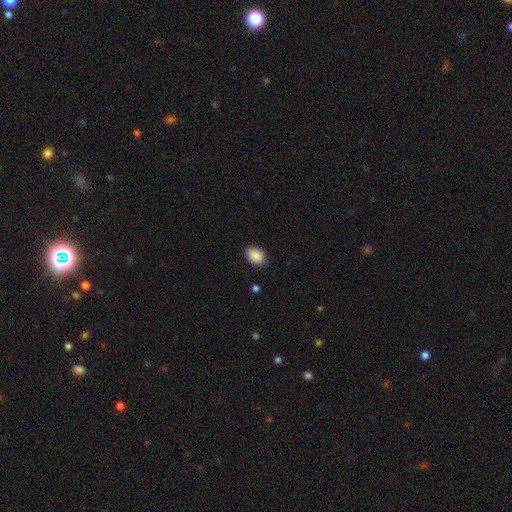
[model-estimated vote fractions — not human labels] smooth 90%, star or artifact 7%, featured or disk 3%. Down the decision tree: how rounded — in between (81%); merging — none (87%).